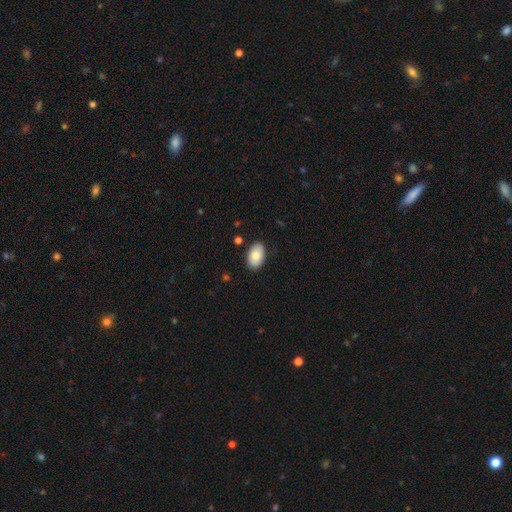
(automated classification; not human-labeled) This is clearly a smooth galaxy (80%). How rounded: clearly in between (92%). Merging: clearly none (87%).